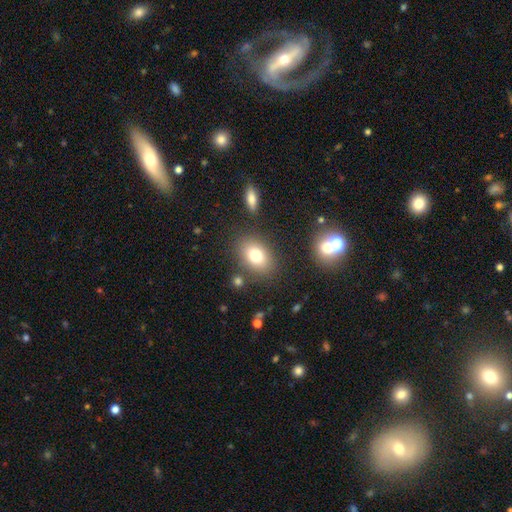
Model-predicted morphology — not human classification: Smooth or featured? Predicted: smooth (p=0.76). How rounded? Predicted: in between (p=0.74). Merging? Predicted: none (p=0.80).